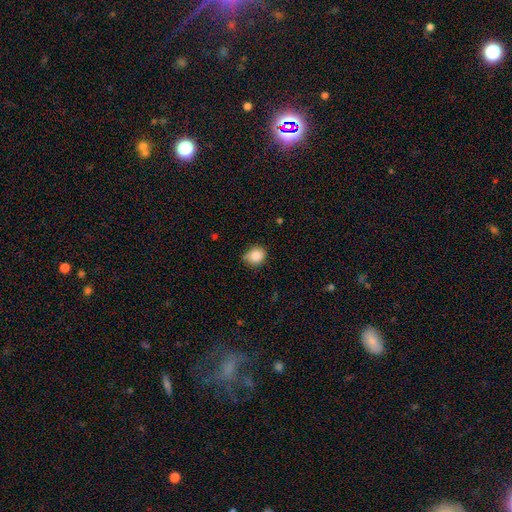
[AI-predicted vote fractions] smooth-or-featured: smooth: 86% | star or artifact: 9% | featured or disk: 5%
  how-rounded: round: 65% | in between: 34% | cigar-shaped: 1%
  merging: none: 59% | minor disturbance: 33% | major disturbance: 6% | merger: 2%